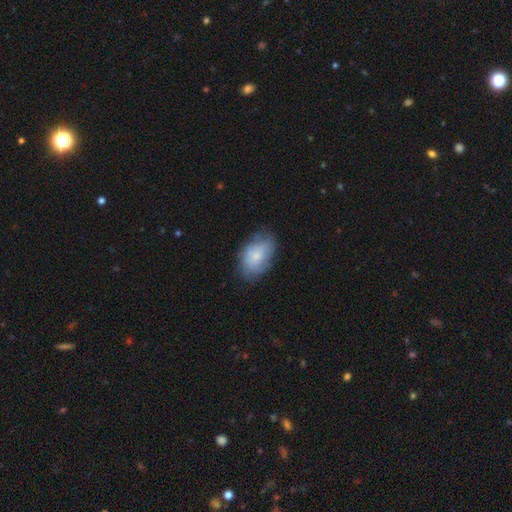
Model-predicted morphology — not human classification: A smooth galaxy with no disk features (70%) that is in between round and cigar-shaped (88%). Merging: none (66%).